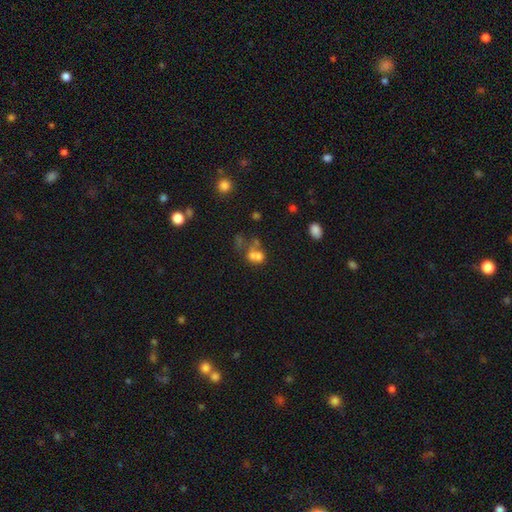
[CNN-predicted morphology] This is possibly a smooth galaxy (59%). How rounded: likely in between (66%). Merging: possibly merger (47%).